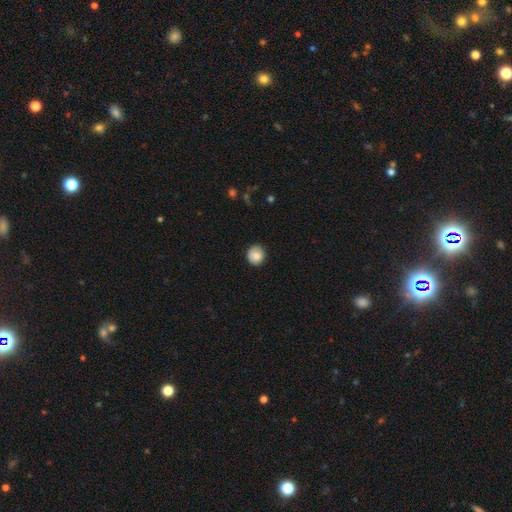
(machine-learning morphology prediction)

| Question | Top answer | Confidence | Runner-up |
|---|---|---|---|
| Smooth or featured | smooth | 83% | featured or disk (9%) |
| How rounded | round | 86% | in between (13%) |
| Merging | none | 83% | minor disturbance (13%) |